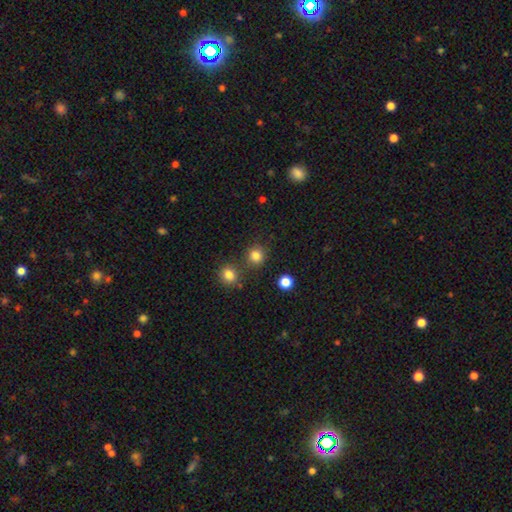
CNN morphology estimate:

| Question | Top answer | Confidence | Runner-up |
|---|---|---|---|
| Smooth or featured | smooth | 82% | star or artifact (14%) |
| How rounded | round | 89% | in between (10%) |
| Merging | none | 78% | merger (11%) |